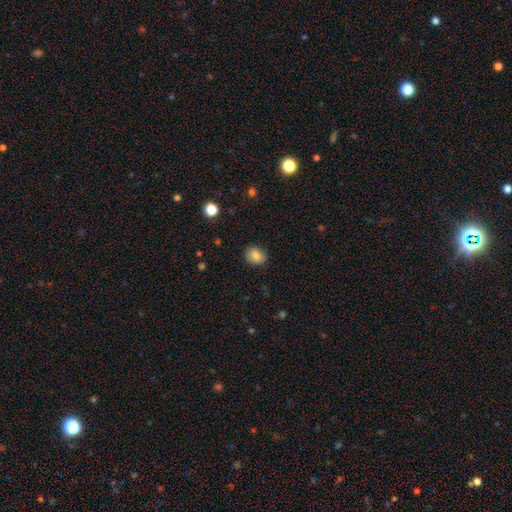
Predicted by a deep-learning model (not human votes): smooth 81%, featured or disk 9%, star or artifact 9%. Down the decision tree: how rounded — round (60%); merging — none (86%).